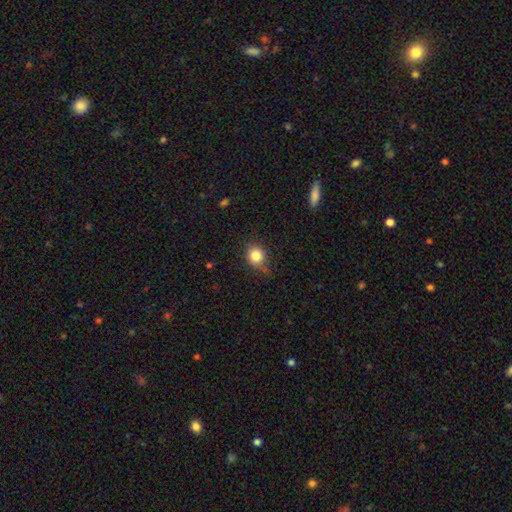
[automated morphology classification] This appears to be a smooth galaxy with no disk features (83%) that is round (84%). Merging: none (69%).